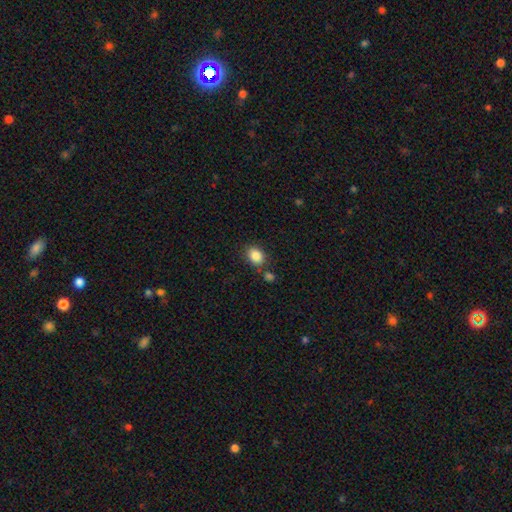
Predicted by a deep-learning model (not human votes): A smooth galaxy with no disk features (86%) that is in between round and cigar-shaped (61%). Merging: none (73%).